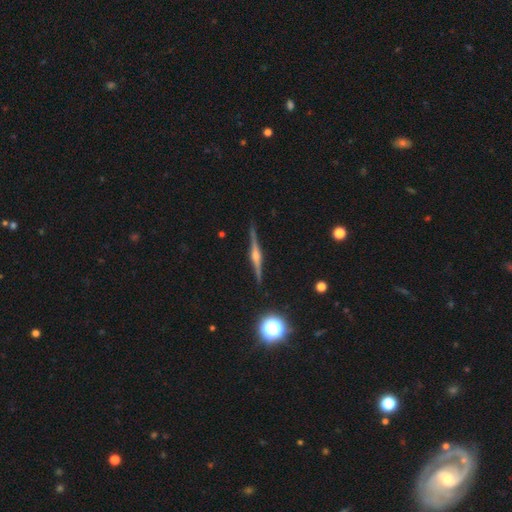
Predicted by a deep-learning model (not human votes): A featured or disk galaxy (85%) viewed edge-on (98%) with a rounded central bulge (86%).

Vote fractions:
- Smooth or featured? featured or disk: 85% / smooth: 8% / star or artifact: 7%
- Edge-on disk? yes: 98% / no: 2%
- Edge-on bulge? rounded: 86% / boxy: 10% / none: 4%
- Merging? none: 91% / minor disturbance: 6% / major disturbance: 1% / merger: 1%